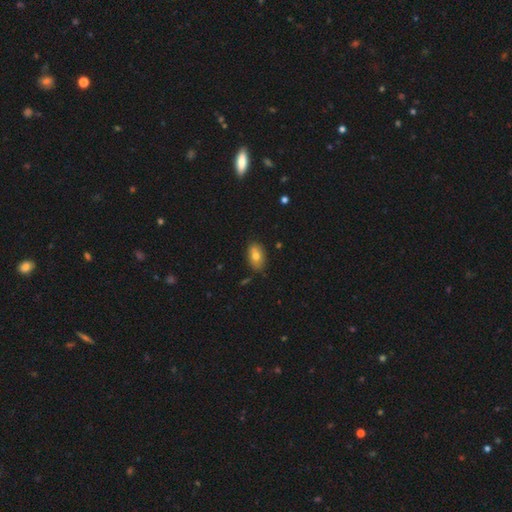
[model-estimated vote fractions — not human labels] smooth_or_featured: smooth (p=0.75) [alt: featured or disk p=0.16]
how_rounded: in between (p=0.88) [alt: round p=0.10]
merging: none (p=0.76) [alt: minor disturbance p=0.17]